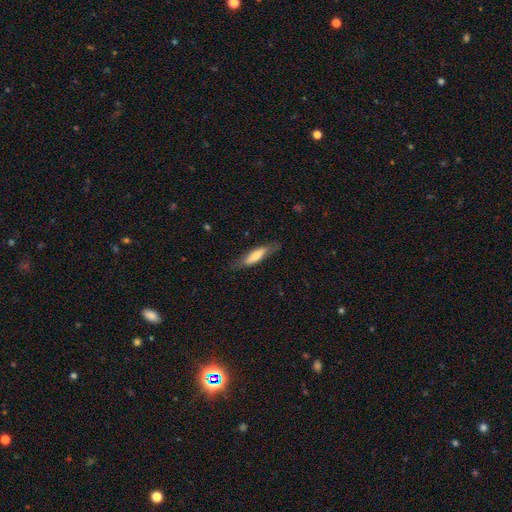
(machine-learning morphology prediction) A smooth galaxy with no disk features (61%) that is cigar-shaped (64%).

Vote fractions:
- Smooth or featured? smooth: 61% / featured or disk: 34% / star or artifact: 6%
- How rounded? cigar-shaped: 64% / in between: 34% / round: 2%
- Merging? none: 74% / minor disturbance: 19% / major disturbance: 6% / merger: 1%